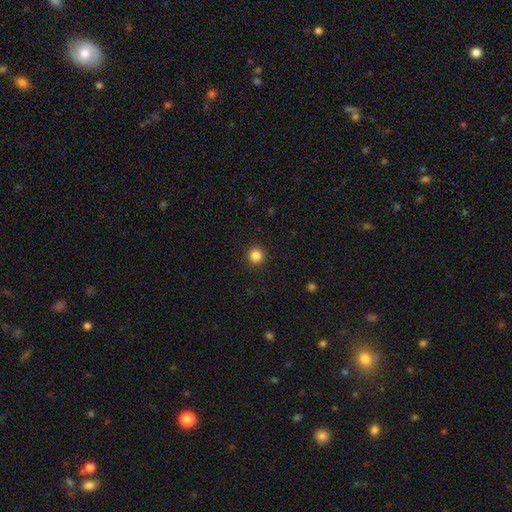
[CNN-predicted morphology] type=smooth (85%); roundness=round (96%); merging=none (93%).